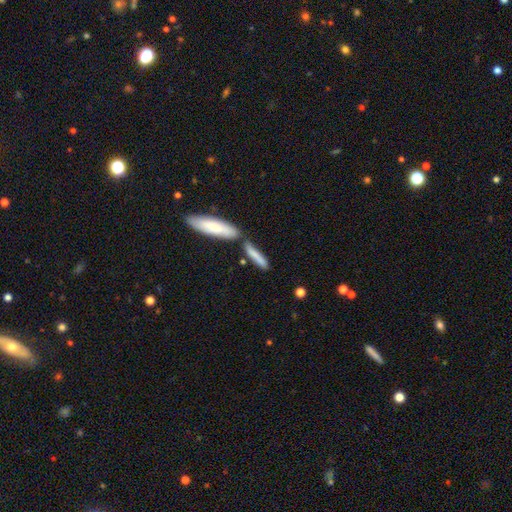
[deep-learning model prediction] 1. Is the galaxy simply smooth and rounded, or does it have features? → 74% smooth, 20% featured or disk, 6% star or artifact.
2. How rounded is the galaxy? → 83% cigar-shaped, 15% in between, 2% round.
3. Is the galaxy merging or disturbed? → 58% none, 26% merger, 12% minor disturbance, 4% major disturbance.